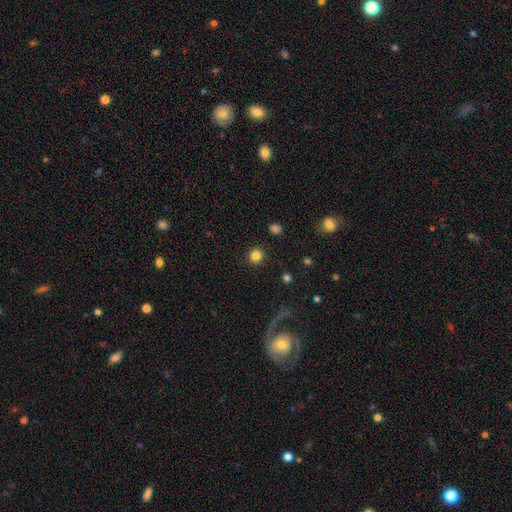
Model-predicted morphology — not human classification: Overall: smooth (84%). How rounded: round (94%). Merging: none (92%).